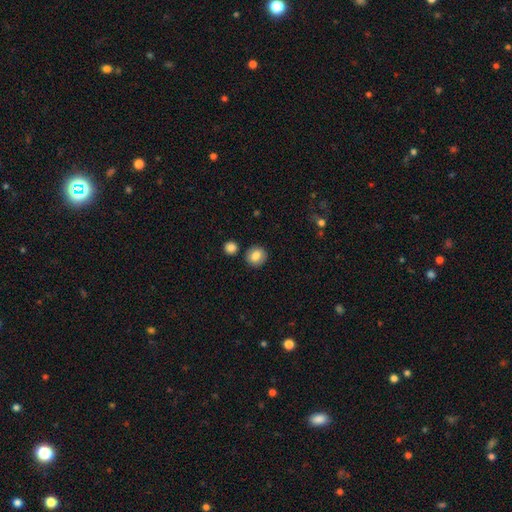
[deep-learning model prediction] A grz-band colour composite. It shows a smooth galaxy with no disk features (83%) that is round (80%). Merging: none (85%).